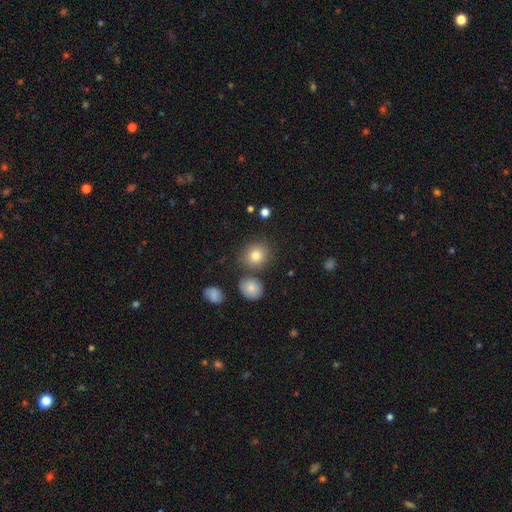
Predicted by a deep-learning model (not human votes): A smooth galaxy with no disk features (80%) that is round (75%). Merging: none (76%).